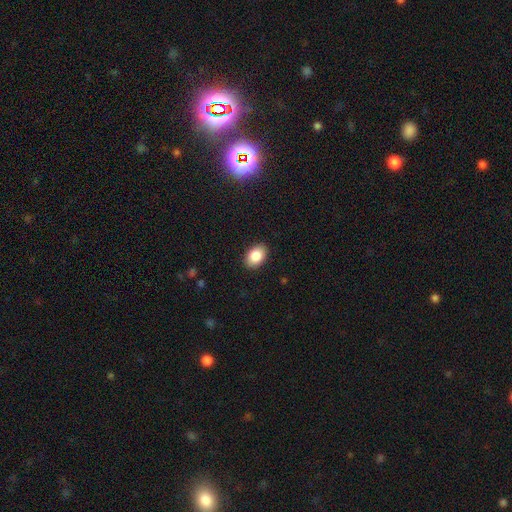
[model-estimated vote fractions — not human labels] Overall: smooth (87%). How rounded: in between (85%). Merging: none (89%).